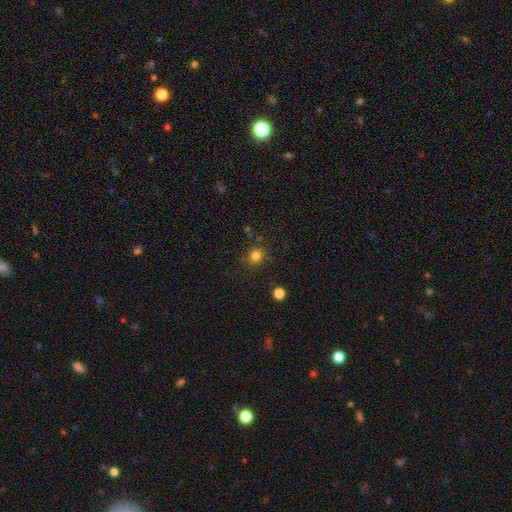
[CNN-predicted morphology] A smooth galaxy with no disk features (80%) that is round (85%).

Vote fractions:
- Smooth or featured? smooth: 80% / star or artifact: 15% / featured or disk: 5%
- How rounded? round: 85% / in between: 14% / cigar-shaped: 1%
- Merging? none: 80% / minor disturbance: 13% / major disturbance: 4% / merger: 3%